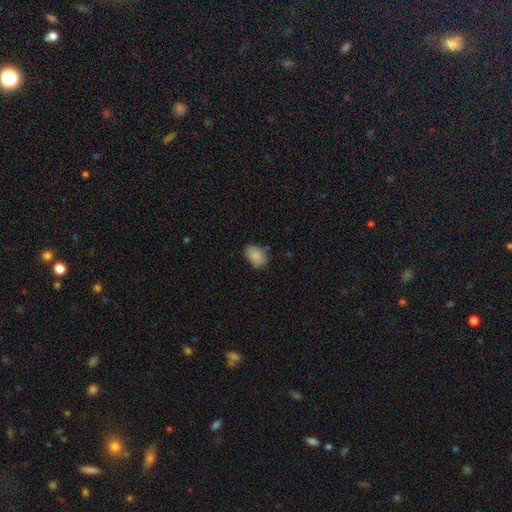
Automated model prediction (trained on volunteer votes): This appears to be a smooth galaxy with no disk features (87%) that is in between round and cigar-shaped (81%). Merging: none (74%).